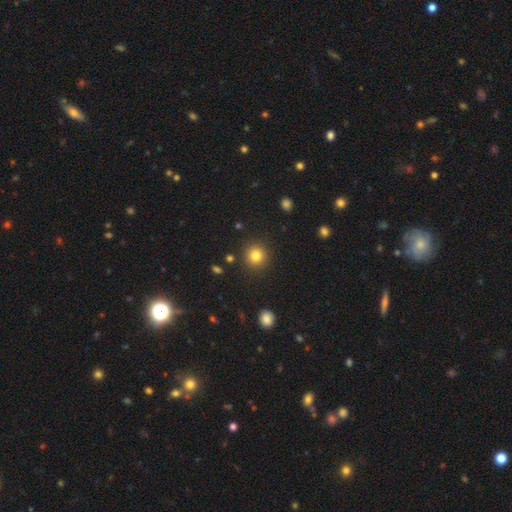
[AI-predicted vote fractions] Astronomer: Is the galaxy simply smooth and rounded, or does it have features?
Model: smooth — 82%.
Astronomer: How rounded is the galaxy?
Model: round — 92%.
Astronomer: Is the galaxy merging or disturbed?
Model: none — 90%.